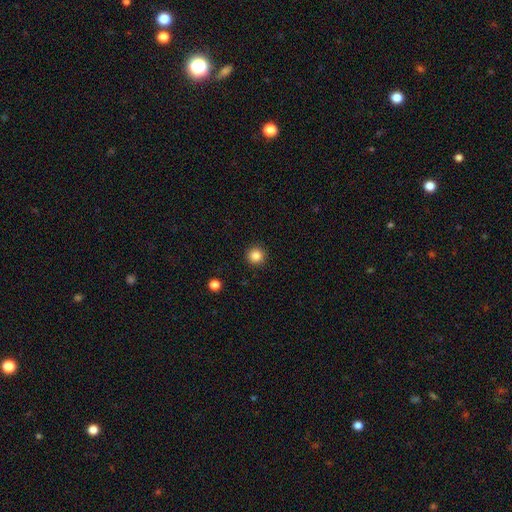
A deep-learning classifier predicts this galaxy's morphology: smooth 85%, star or artifact 11%, featured or disk 4%. Down the decision tree: how rounded — round (96%); merging — none (92%).